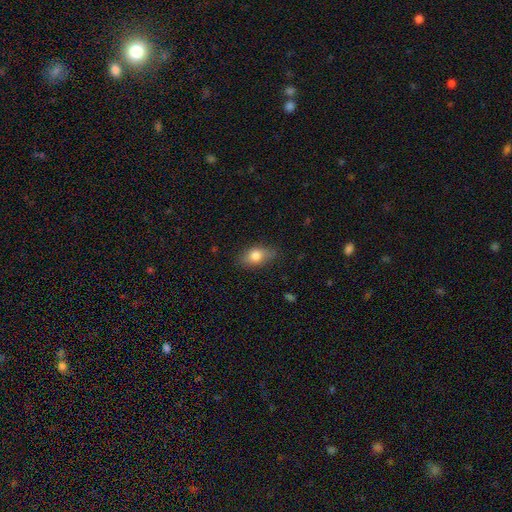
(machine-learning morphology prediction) A smooth galaxy with no disk features (78%) that is in between round and cigar-shaped (84%).

Vote fractions:
- Smooth or featured? smooth: 78% / featured or disk: 14% / star or artifact: 8%
- How rounded? in between: 84% / round: 11% / cigar-shaped: 4%
- Merging? none: 78% / minor disturbance: 18% / major disturbance: 4% / merger: 1%